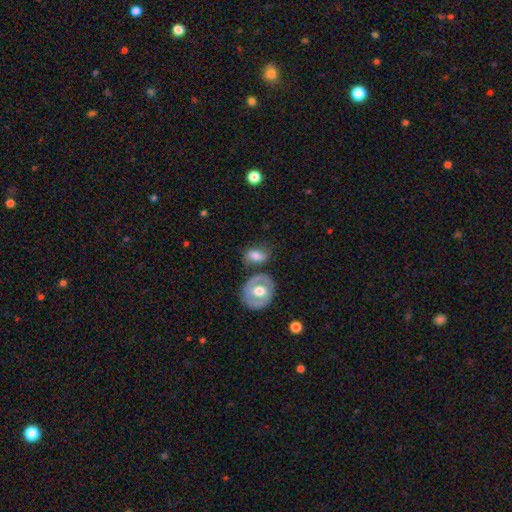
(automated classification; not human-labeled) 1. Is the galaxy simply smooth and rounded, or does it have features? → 62% smooth, 30% featured or disk, 8% star or artifact.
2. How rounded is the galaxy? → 73% in between, 25% round, 2% cigar-shaped.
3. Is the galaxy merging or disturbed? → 53% none, 22% minor disturbance, 14% merger, 10% major disturbance.